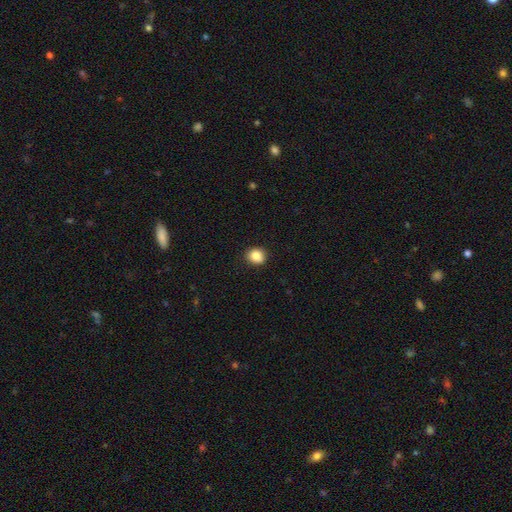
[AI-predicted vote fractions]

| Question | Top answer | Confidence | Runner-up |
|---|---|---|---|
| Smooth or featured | smooth | 86% | star or artifact (9%) |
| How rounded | round | 69% | in between (30%) |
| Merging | none | 89% | minor disturbance (8%) |